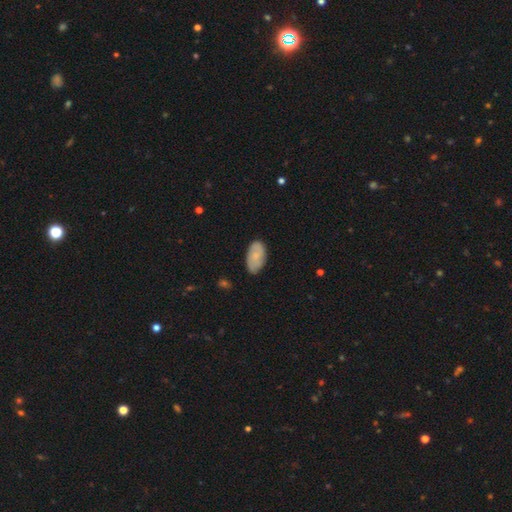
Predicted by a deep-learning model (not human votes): Morphology: type=smooth (70%); roundness=in between (94%); merging=none (81%).